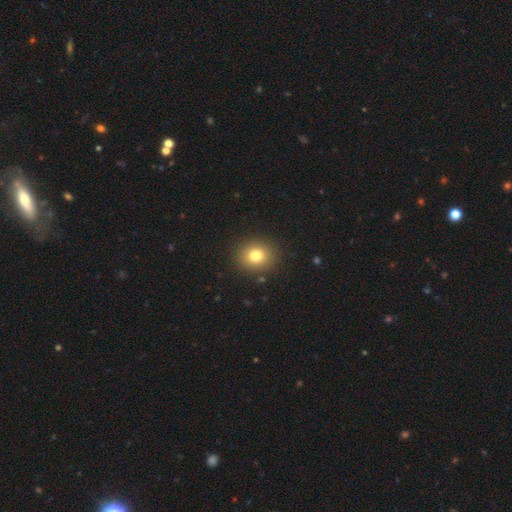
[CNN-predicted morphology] smooth 80%, star or artifact 11%, featured or disk 9%. Down the decision tree: how rounded — round (75%); merging — none (89%).